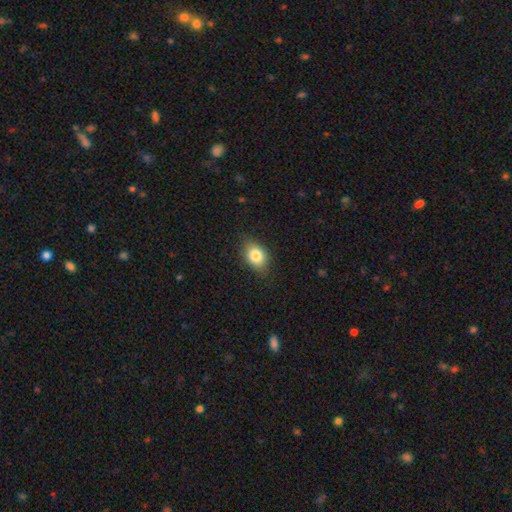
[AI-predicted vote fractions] The model was most divided on "how rounded": in between: 77%, round: 21%, cigar-shaped: 2%. More confident: smooth or featured — smooth (82%); merging — none (80%).